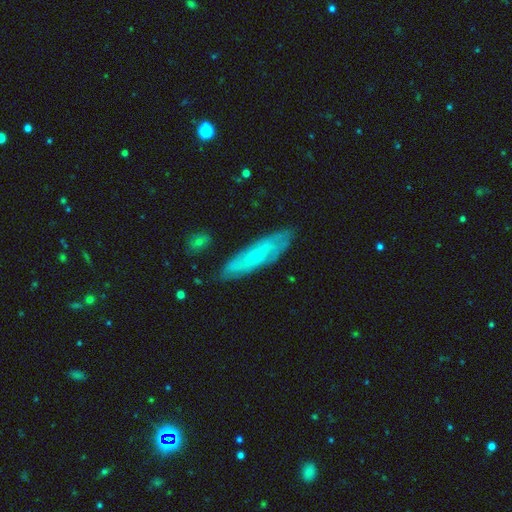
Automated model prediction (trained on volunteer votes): smooth_or_featured: featured or disk (p=0.48) [alt: smooth p=0.44]
merging: none (p=0.78) [alt: minor disturbance p=0.16]